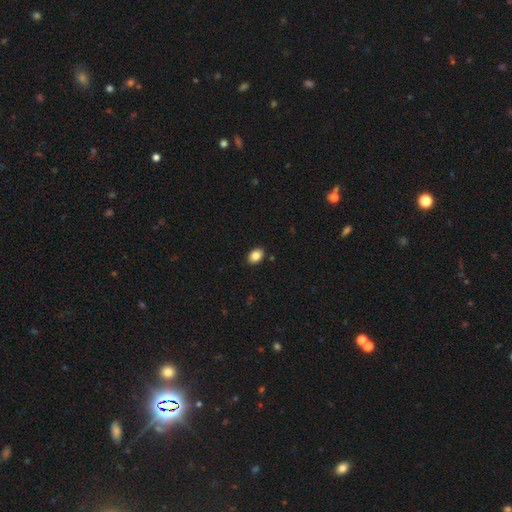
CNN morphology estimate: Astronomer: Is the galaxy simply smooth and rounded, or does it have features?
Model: smooth — 85%.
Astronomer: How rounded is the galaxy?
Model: in between — 78%.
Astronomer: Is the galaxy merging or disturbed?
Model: none — 89%.